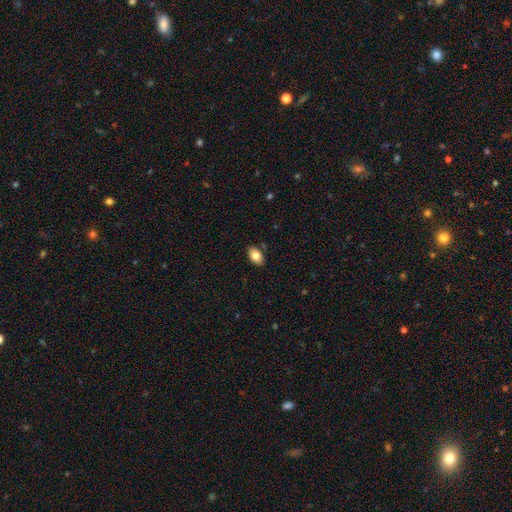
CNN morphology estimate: A smooth galaxy with no disk features (81%) that is in between round and cigar-shaped (89%).

Vote fractions:
- Smooth or featured? smooth: 81% / featured or disk: 11% / star or artifact: 8%
- How rounded? in between: 89% / round: 10% / cigar-shaped: 1%
- Merging? none: 87% / minor disturbance: 10% / major disturbance: 2% / merger: 2%